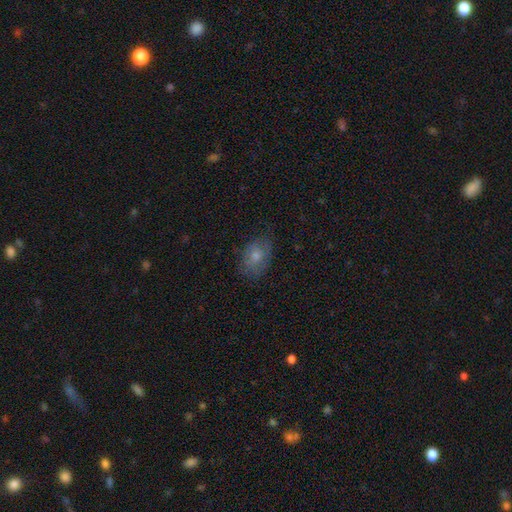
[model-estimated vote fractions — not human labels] Overall: smooth (60%; featured or disk 25%). How rounded: in between (75%). Merging: none (74%).